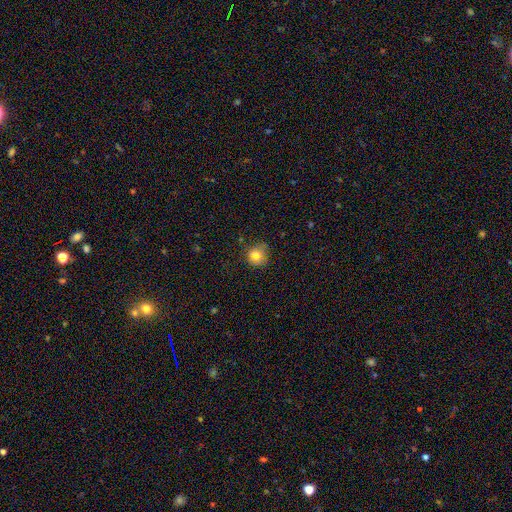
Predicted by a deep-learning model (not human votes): Smooth or featured?
  - smooth: 68% *
  - star or artifact: 22%
  - featured or disk: 10%
How rounded?
  - round: 86% *
  - in between: 13%
  - cigar-shaped: 1%
Merging?
  - none: 79% *
  - minor disturbance: 12%
  - major disturbance: 5%
  - merger: 4%